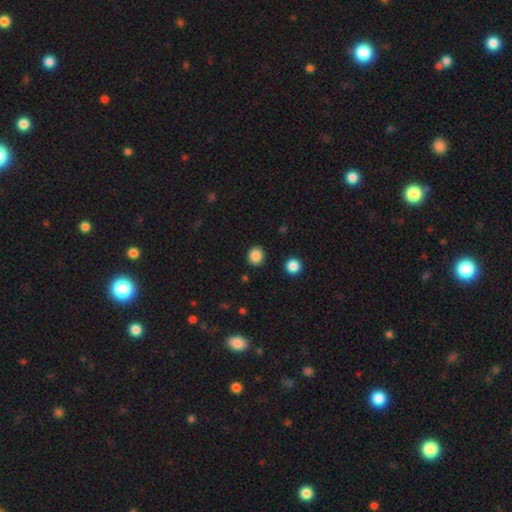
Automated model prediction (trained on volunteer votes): Morphology: type=smooth (86%); roundness=round (80%); merging=none (90%).